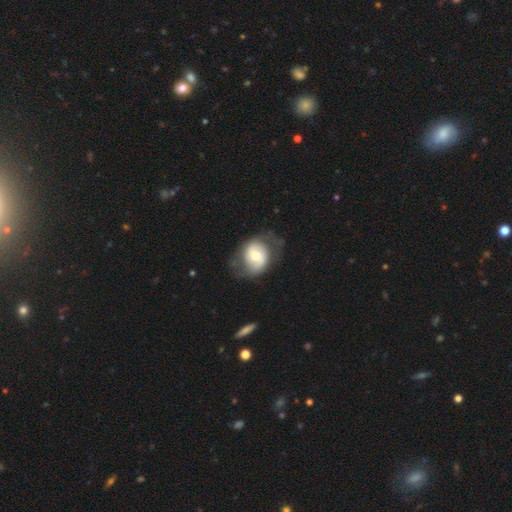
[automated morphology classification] Smooth or featured? Predicted: featured or disk (p=0.52). Edge-on disk? Predicted: no (p=0.96). Merging? Predicted: none (p=0.55).